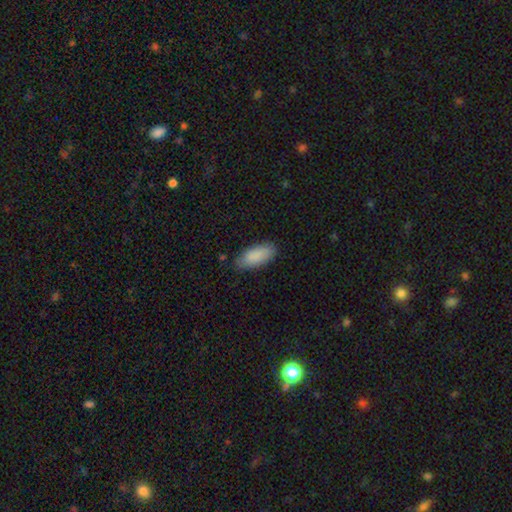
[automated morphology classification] type=smooth (89%); roundness=in between (84%); merging=none (80%).